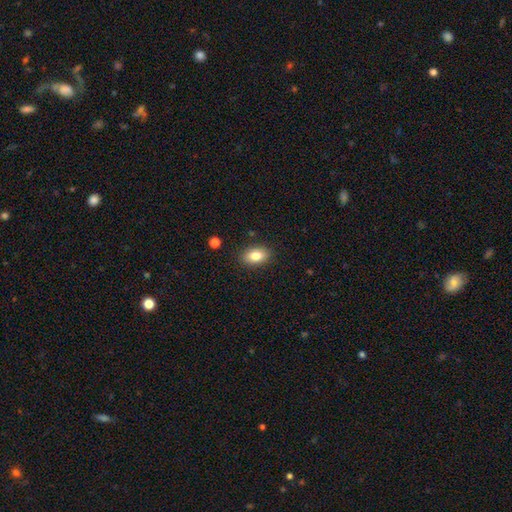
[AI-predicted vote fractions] Overall: smooth (82%). How rounded: in between (86%). Merging: none (87%).